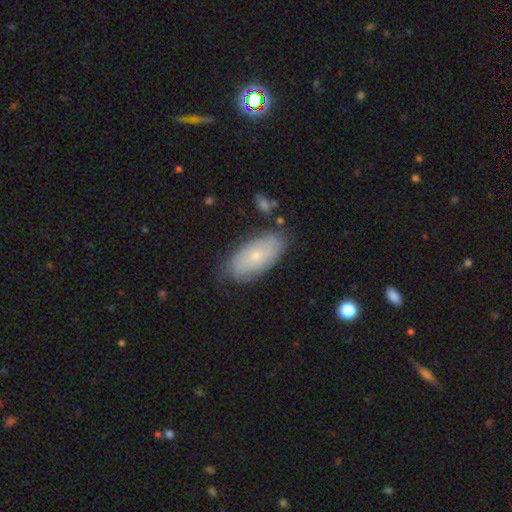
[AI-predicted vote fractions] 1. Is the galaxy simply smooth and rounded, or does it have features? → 63% smooth, 30% featured or disk, 7% star or artifact.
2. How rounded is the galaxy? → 91% in between, 6% cigar-shaped, 3% round.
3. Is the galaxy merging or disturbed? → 76% none, 18% minor disturbance, 4% major disturbance, 2% merger.